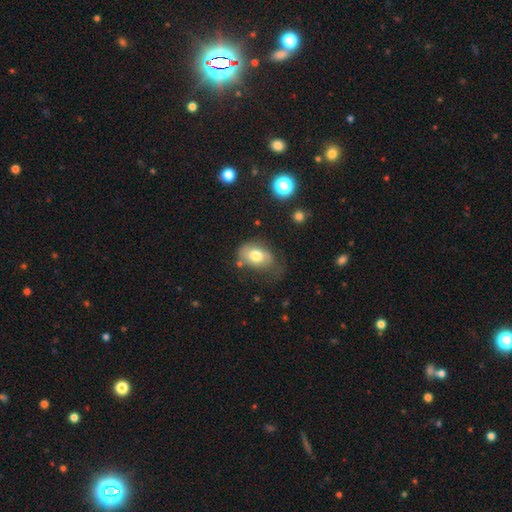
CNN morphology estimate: smooth 70%, featured or disk 21%, star or artifact 8%. Down the decision tree: how rounded — in between (76%); merging — none (49%).